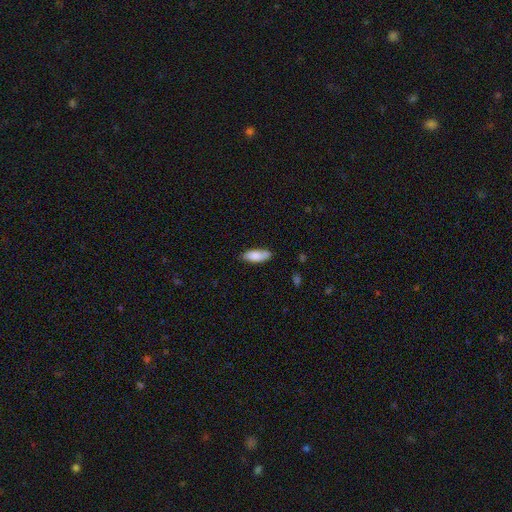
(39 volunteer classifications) Volunteers were most divided on "merging": none: 81%, minor disturbance: 16%, major disturbance: 3%, merger: 0%. More confident: smooth or featured — smooth (82%); how rounded — in between (81%).